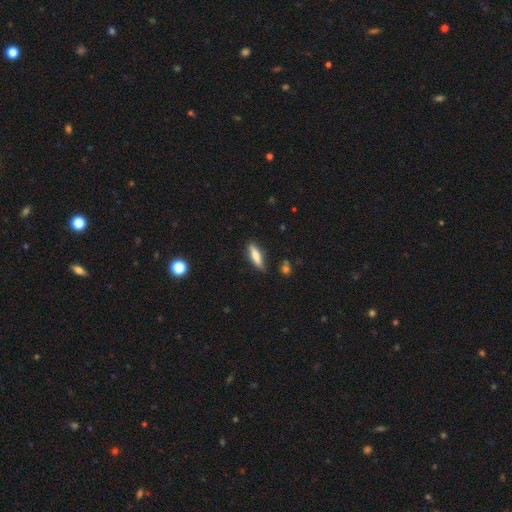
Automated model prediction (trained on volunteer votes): This is likely a smooth galaxy (75%). How rounded: likely cigar-shaped (61%). Merging: likely none (78%).